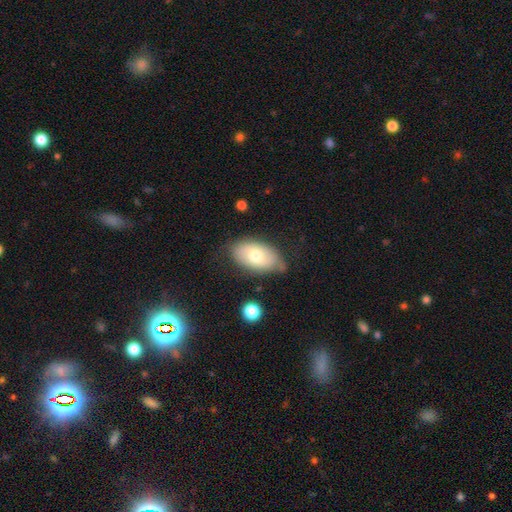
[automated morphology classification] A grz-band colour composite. It shows a smooth galaxy with no disk features (68%) that is in between round and cigar-shaped (92%). Merging: none (65%).